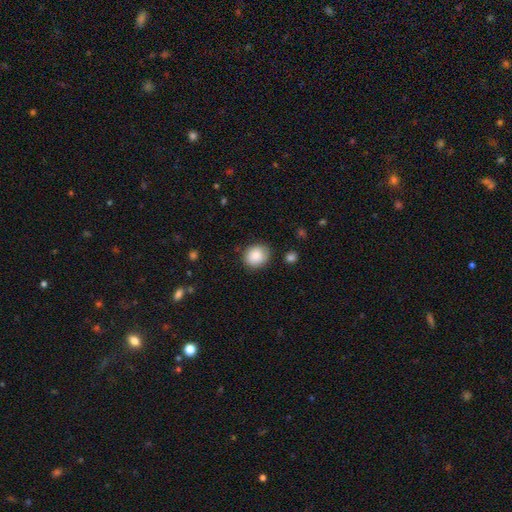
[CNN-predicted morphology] smooth-or-featured: smooth: 83% | featured or disk: 9% | star or artifact: 8%
  how-rounded: round: 71% | in between: 28% | cigar-shaped: 1%
  merging: none: 79% | minor disturbance: 16% | major disturbance: 3% | merger: 2%